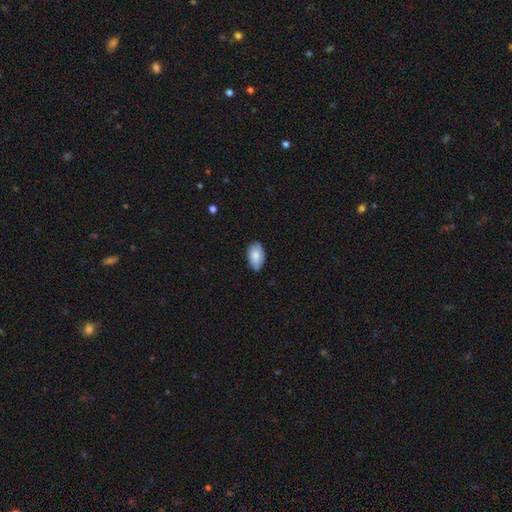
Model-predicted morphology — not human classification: The model was most divided on "merging": none: 80%, minor disturbance: 17%, major disturbance: 2%, merger: 1%. More confident: how rounded — in between (93%); smooth or featured — smooth (83%).